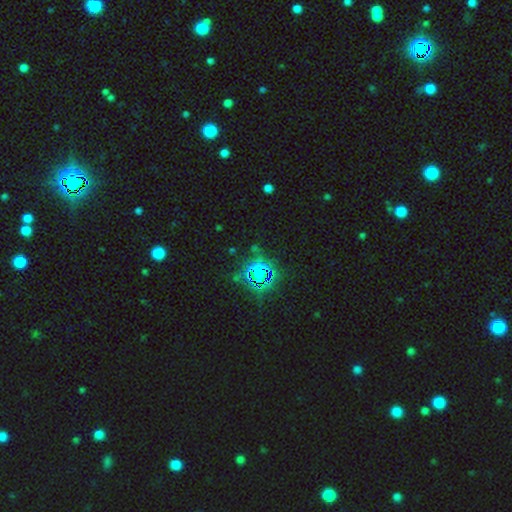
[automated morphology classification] star or artifact 78%, smooth 14%, featured or disk 8%.